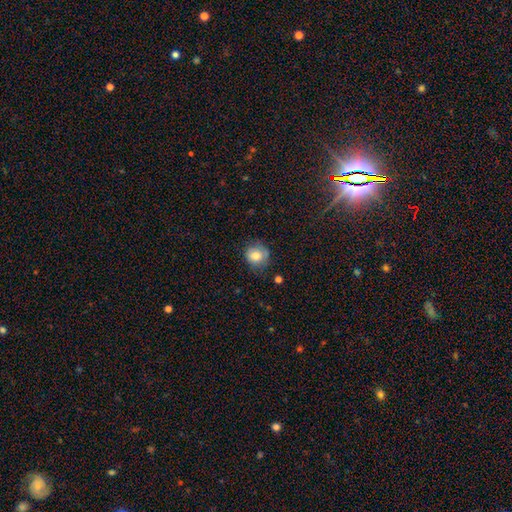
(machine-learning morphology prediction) A smooth galaxy with no disk features (79%) that is round (84%).

Vote fractions:
- Smooth or featured? smooth: 79% / featured or disk: 12% / star or artifact: 9%
- How rounded? round: 84% / in between: 15% / cigar-shaped: 1%
- Merging? none: 72% / minor disturbance: 21% / major disturbance: 5% / merger: 2%